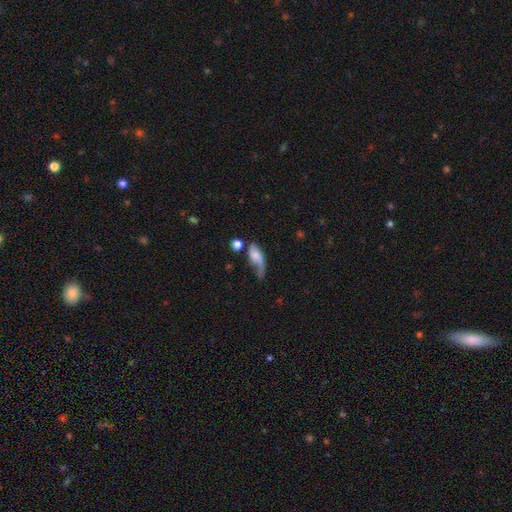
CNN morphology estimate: A smooth galaxy with no disk features (52%) that is in between round and cigar-shaped (73%). Merging: major disturbance (38%).